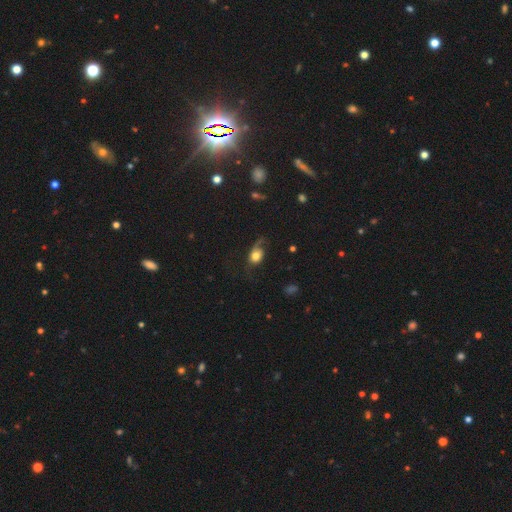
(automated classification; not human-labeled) This is likely a smooth galaxy (61%). How rounded: possibly in between (55%). Merging: marginally major disturbance (37%).